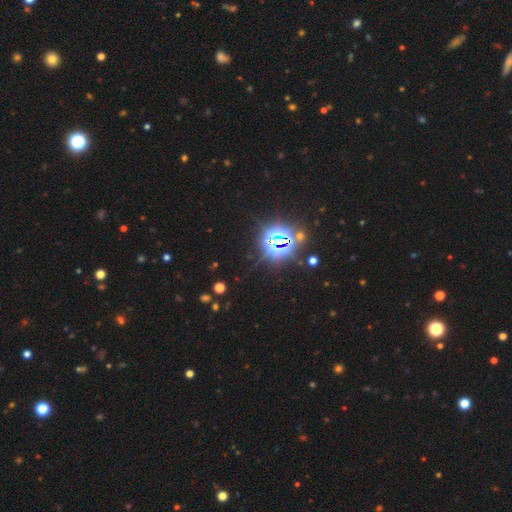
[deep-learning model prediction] Morphology: type=star or artifact (82%).